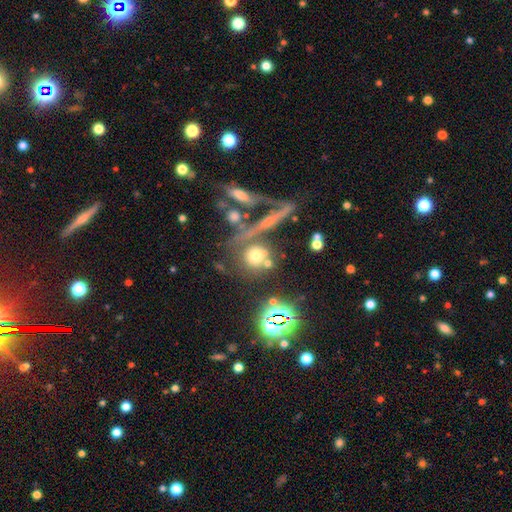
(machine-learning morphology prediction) A smooth galaxy with no disk features (62%) that is round (85%).

Vote fractions:
- Smooth or featured? smooth: 62% / star or artifact: 19% / featured or disk: 19%
- How rounded? round: 85% / in between: 12% / cigar-shaped: 4%
- Merging? none: 51% / merger: 28% / minor disturbance: 12% / major disturbance: 9%